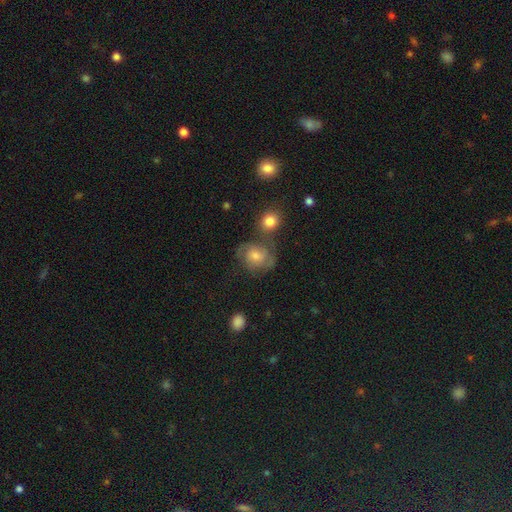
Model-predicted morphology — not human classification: This appears to be a featured or disk galaxy (57%) with no bar (70%), spiral arms (86%) and a moderate central bulge (55%). Merging: none (62%).